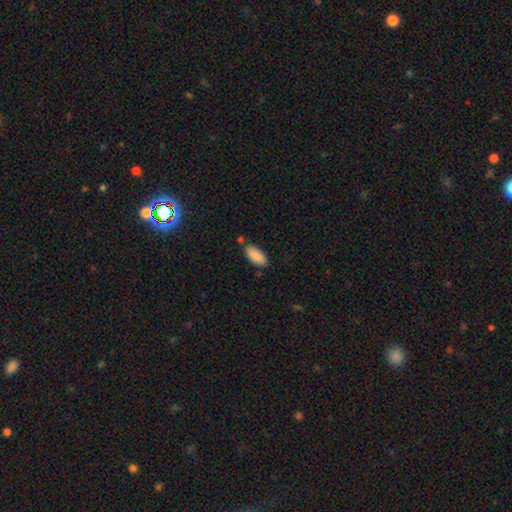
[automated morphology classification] smooth 89%, star or artifact 6%, featured or disk 4%. Down the decision tree: how rounded — in between (88%); merging — none (76%).